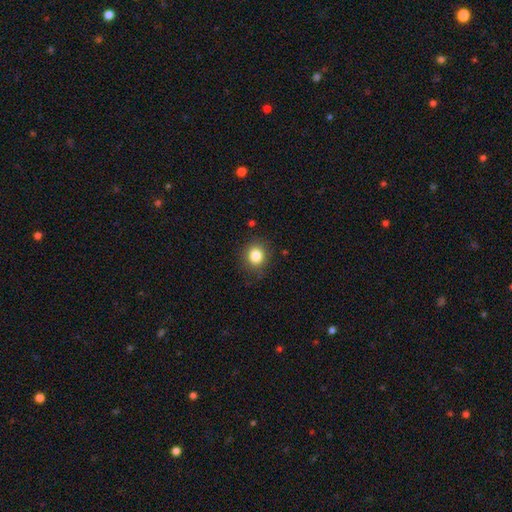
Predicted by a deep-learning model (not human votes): This is clearly a smooth galaxy (83%). How rounded: likely round (78%). Merging: clearly none (84%).